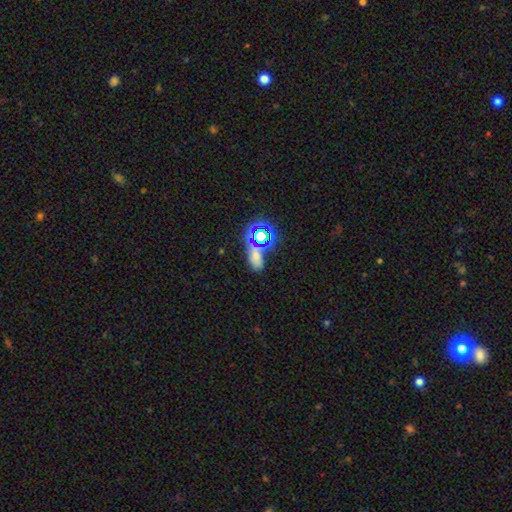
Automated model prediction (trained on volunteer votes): smooth_or_featured: smooth (p=0.47) [alt: star or artifact p=0.40]
merging: none (p=0.52) [alt: merger p=0.20]